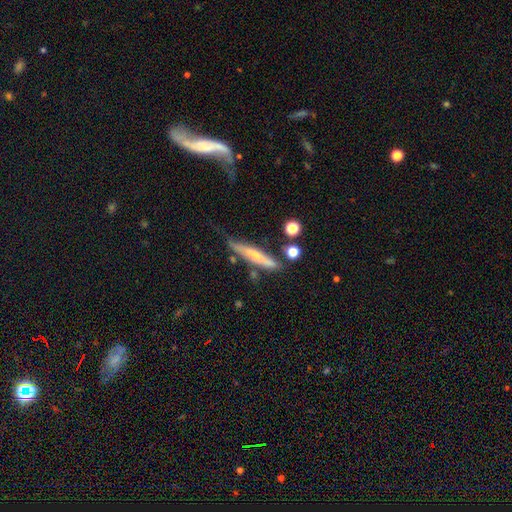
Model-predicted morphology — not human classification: This appears to be a featured or disk galaxy (53%) viewed edge-on (86%). Merging: none (59%).